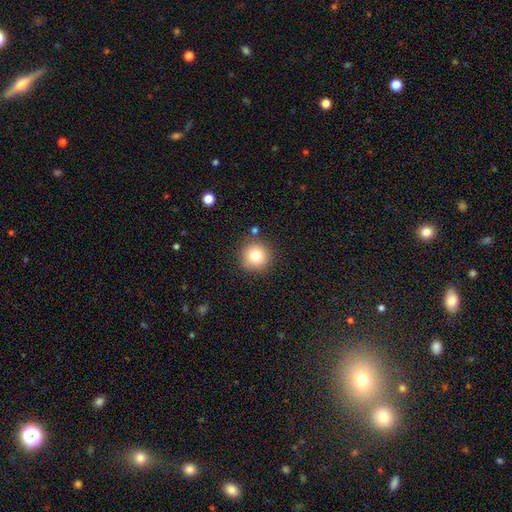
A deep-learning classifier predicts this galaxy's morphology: This appears to be a smooth galaxy with no disk features (79%) that is round (94%). Merging: none (85%).